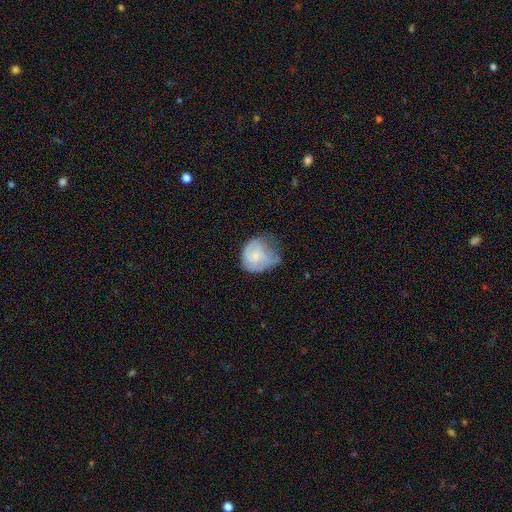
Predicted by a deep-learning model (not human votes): Morphology: type=smooth (51%); roundness=round (67%); merging=minor disturbance (39%).